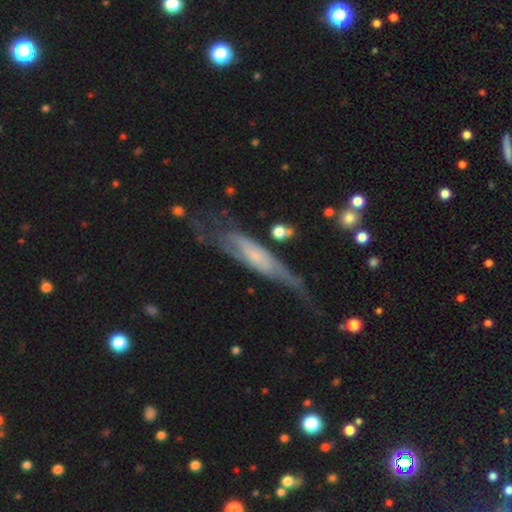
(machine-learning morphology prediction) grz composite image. It shows a featured or disk galaxy (68%) viewed edge-on (53%). Merging: none (43%).